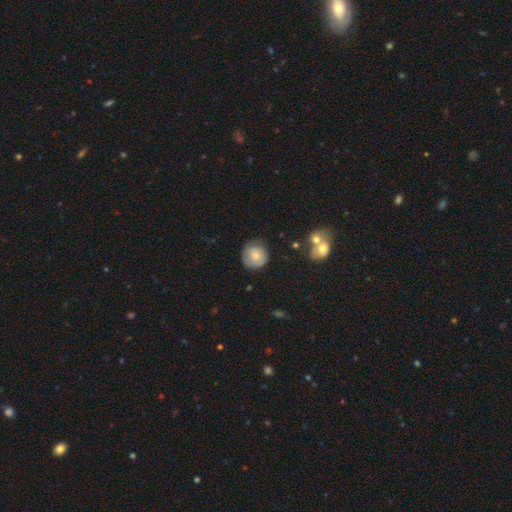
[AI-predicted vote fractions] Smooth or featured?
  - smooth: 71% *
  - featured or disk: 21%
  - star or artifact: 7%
How rounded?
  - round: 89% *
  - in between: 10%
  - cigar-shaped: 1%
Merging?
  - none: 71% *
  - minor disturbance: 21%
  - major disturbance: 6%
  - merger: 2%